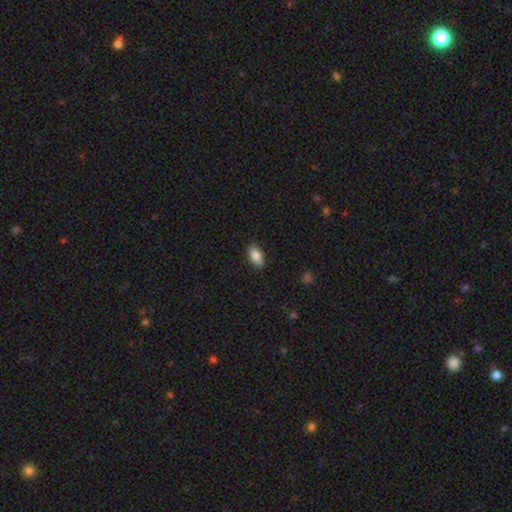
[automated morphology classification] This is clearly a smooth galaxy (86%). How rounded: clearly in between (90%). Merging: clearly none (89%).